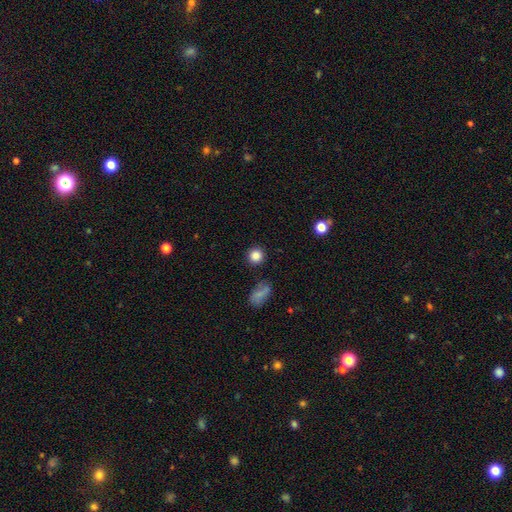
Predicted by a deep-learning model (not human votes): Q: Smooth or featured?
A: smooth (85%); runner-up: star or artifact (11%)
Q: How rounded?
A: round (92%); runner-up: in between (7%)
Q: Merging?
A: none (87%); runner-up: minor disturbance (8%)